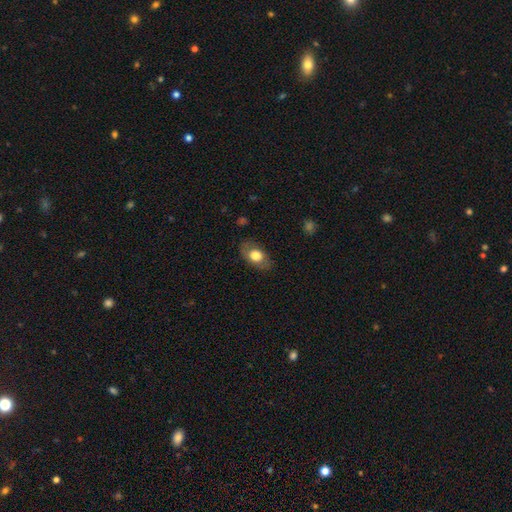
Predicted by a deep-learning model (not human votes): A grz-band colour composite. It shows a smooth galaxy with no disk features (70%) that is in between round and cigar-shaped (86%). Merging: none (78%).